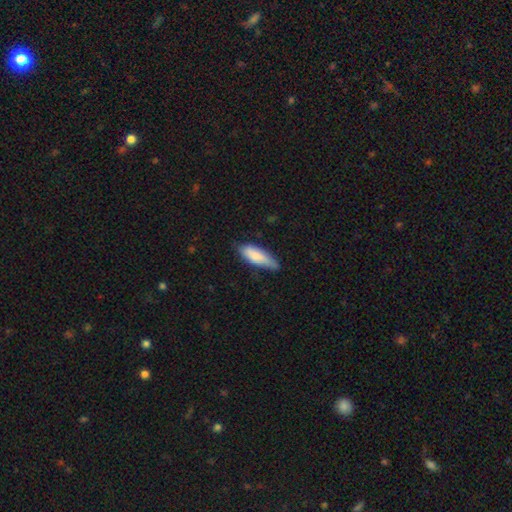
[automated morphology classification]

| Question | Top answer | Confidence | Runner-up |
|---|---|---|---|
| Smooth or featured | smooth | 81% | featured or disk (13%) |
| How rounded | in between | 60% | cigar-shaped (38%) |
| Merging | none | 58% | minor disturbance (34%) |